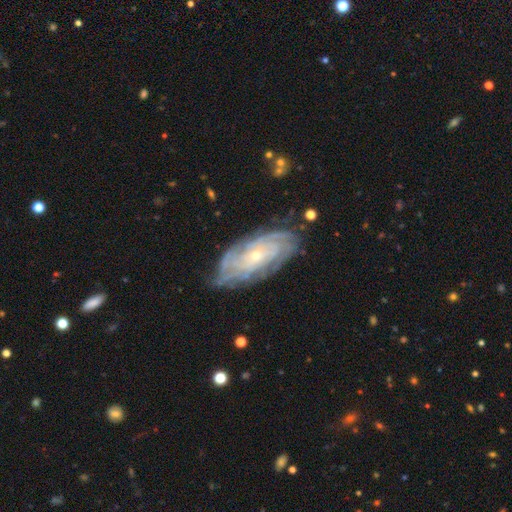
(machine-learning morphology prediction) Smooth or featured? Predicted: featured or disk (p=0.86). Edge-on disk? Predicted: no (p=0.94). Bar? Predicted: no (p=0.78). Spiral arms? Predicted: yes (p=0.96). Spiral winding? Predicted: tight (p=0.80). Spiral arm count? Predicted: can't tell (p=0.37). Bulge size? Predicted: small (p=0.77). Merging? Predicted: none (p=0.75).